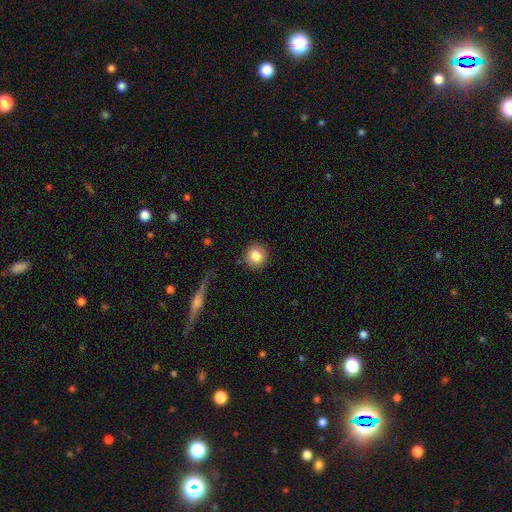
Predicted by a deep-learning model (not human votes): Q: Smooth or featured?
A: smooth (83%); runner-up: star or artifact (9%)
Q: How rounded?
A: round (92%); runner-up: in between (7%)
Q: Merging?
A: none (88%); runner-up: minor disturbance (8%)